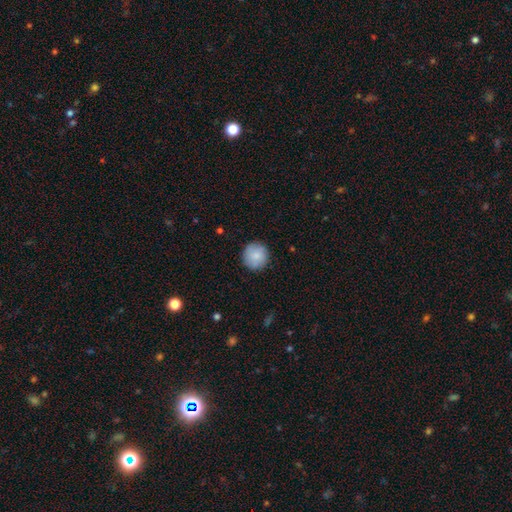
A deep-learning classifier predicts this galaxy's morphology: Q: Smooth or featured?
A: smooth (85%); runner-up: featured or disk (9%)
Q: How rounded?
A: round (94%); runner-up: in between (5%)
Q: Merging?
A: none (88%); runner-up: minor disturbance (9%)